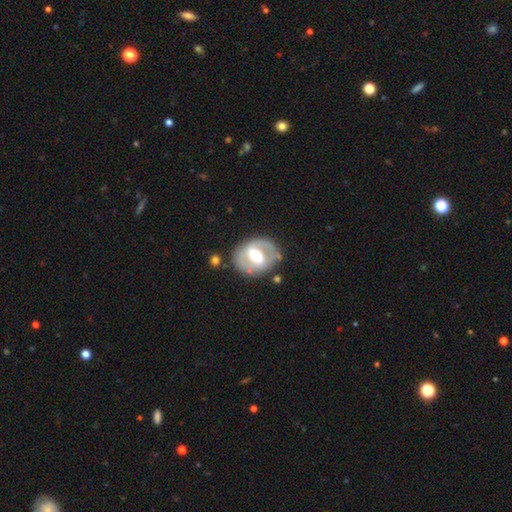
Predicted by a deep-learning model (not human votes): featured or disk 68%, smooth 27%, star or artifact 5%. Down the decision tree: edge-on disk — no (94%); bar — strong (46%); spiral arms — no (57%); bulge size — moderate (67%); merging — none (73%).